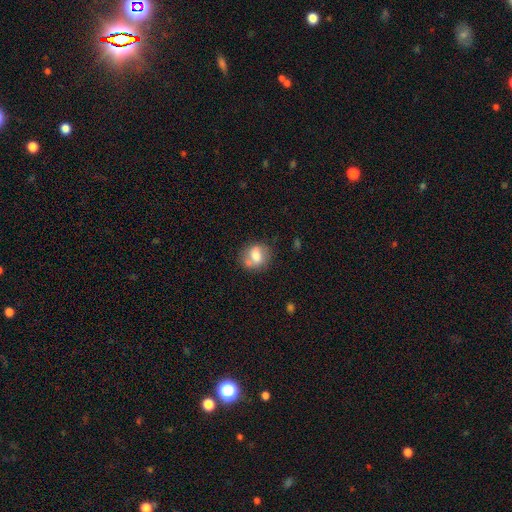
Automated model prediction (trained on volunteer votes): Smooth or featured? smooth (68%)
How rounded? round (62%)
Merging? none (56%)